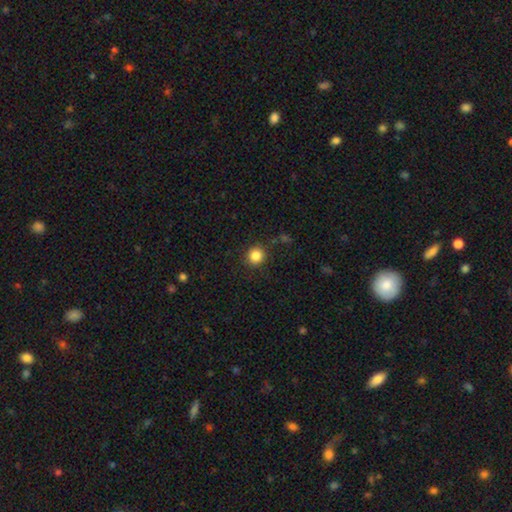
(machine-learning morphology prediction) smooth-or-featured: smooth: 84% | star or artifact: 11% | featured or disk: 4%
  how-rounded: round: 93% | in between: 6% | cigar-shaped: 1%
  merging: none: 90% | minor disturbance: 7% | major disturbance: 2% | merger: 1%